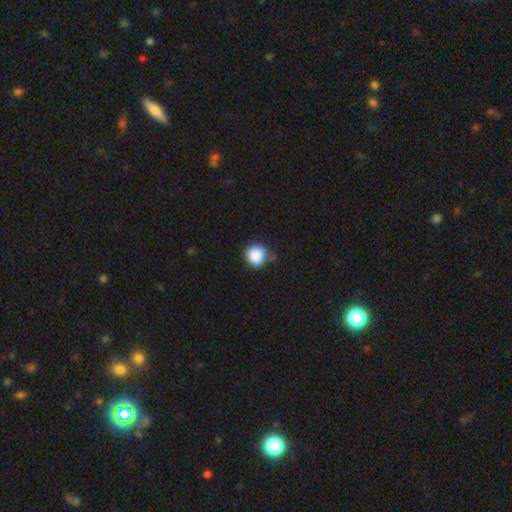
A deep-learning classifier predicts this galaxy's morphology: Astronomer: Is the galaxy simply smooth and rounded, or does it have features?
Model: smooth — 88%.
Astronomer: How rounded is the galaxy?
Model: round — 89%.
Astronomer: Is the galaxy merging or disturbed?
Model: none — 76%.